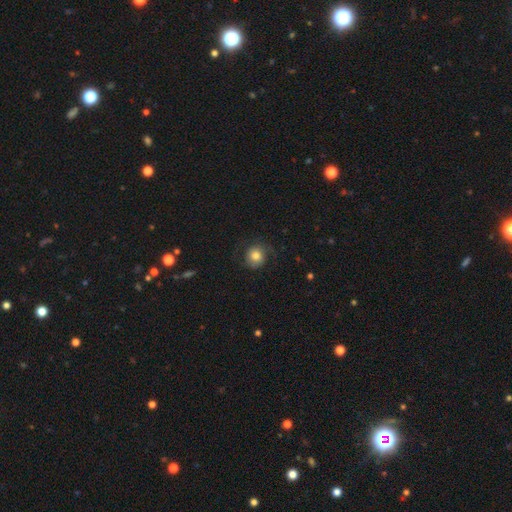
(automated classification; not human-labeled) A smooth galaxy with no disk features (70%) that is round (85%).

Vote fractions:
- Smooth or featured? smooth: 70% / featured or disk: 22% / star or artifact: 9%
- How rounded? round: 85% / in between: 14% / cigar-shaped: 1%
- Merging? none: 71% / minor disturbance: 17% / major disturbance: 11% / merger: 1%